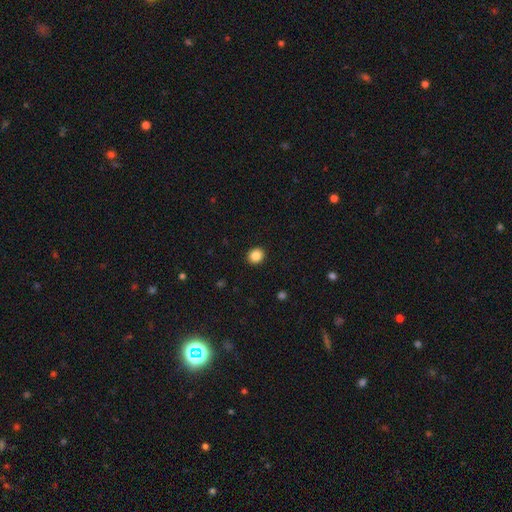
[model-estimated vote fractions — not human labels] The model was most divided on "how rounded": round: 79%, in between: 20%, cigar-shaped: 1%. More confident: merging — none (92%); smooth or featured — smooth (86%).